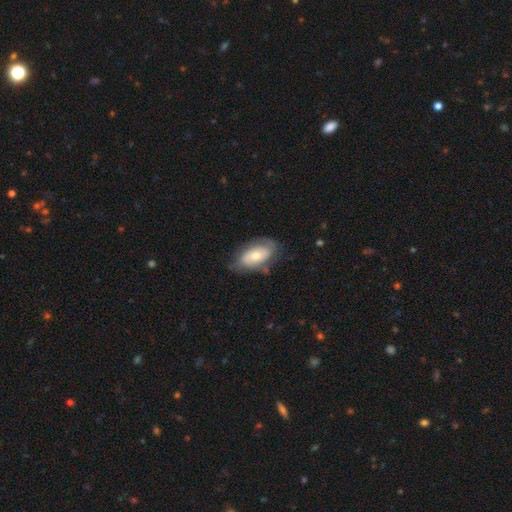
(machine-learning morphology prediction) Smooth or featured? smooth (52%)
How rounded? in between (92%)
Merging? none (63%)